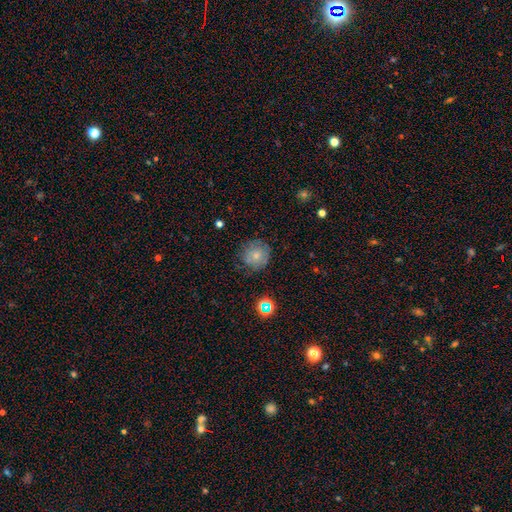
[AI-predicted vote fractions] smooth 70%, featured or disk 18%, star or artifact 12%. Down the decision tree: how rounded — round (91%); merging — none (71%).